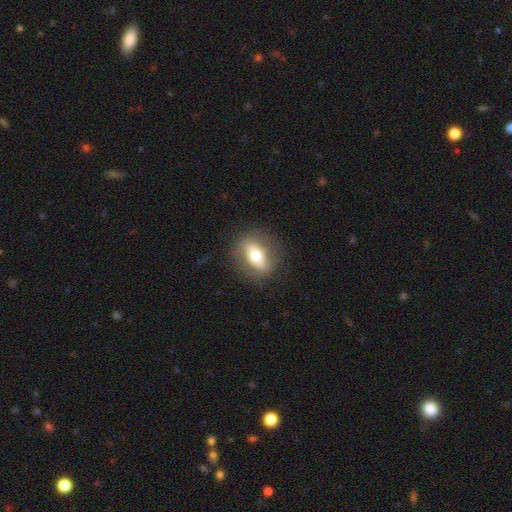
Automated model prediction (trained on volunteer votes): Q: Smooth or featured?
A: smooth (55%); runner-up: featured or disk (37%)
Q: How rounded?
A: in between (74%); runner-up: round (18%)
Q: Merging?
A: none (81%); runner-up: minor disturbance (13%)